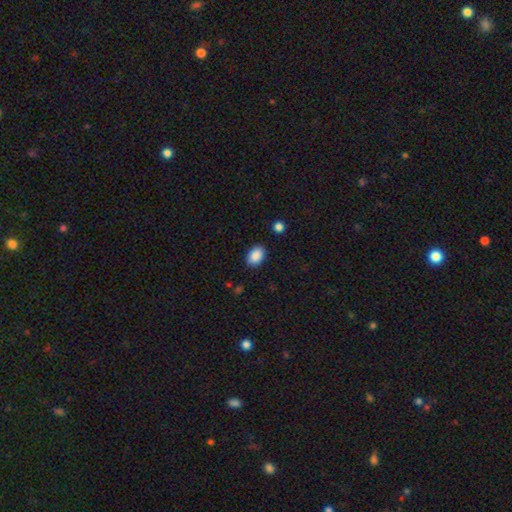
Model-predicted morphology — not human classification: smooth-or-featured: smooth: 89% | star or artifact: 8% | featured or disk: 3%
  how-rounded: in between: 84% | round: 15% | cigar-shaped: 1%
  merging: none: 87% | minor disturbance: 9% | major disturbance: 2% | merger: 2%